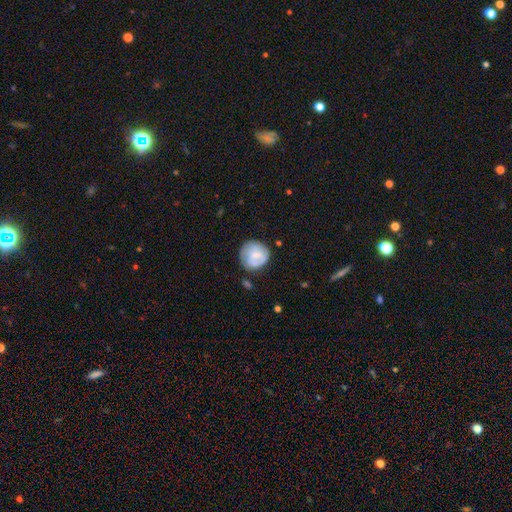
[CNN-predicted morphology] Q: Smooth or featured?
A: smooth (62%); runner-up: featured or disk (31%)
Q: How rounded?
A: round (87%); runner-up: in between (12%)
Q: Merging?
A: none (65%); runner-up: minor disturbance (23%)